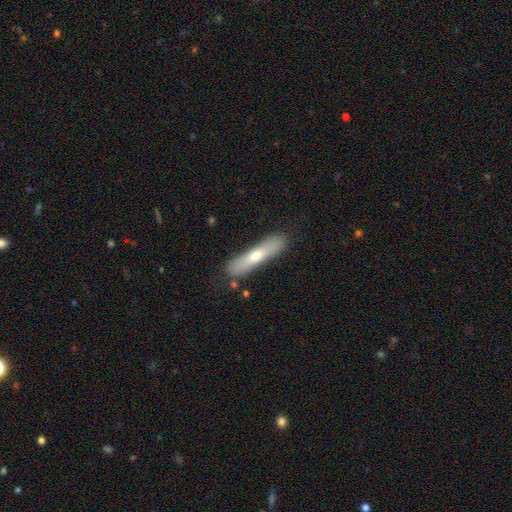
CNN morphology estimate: This appears to be a smooth galaxy with no disk features (54%) that is cigar-shaped (82%). Merging: none (83%).